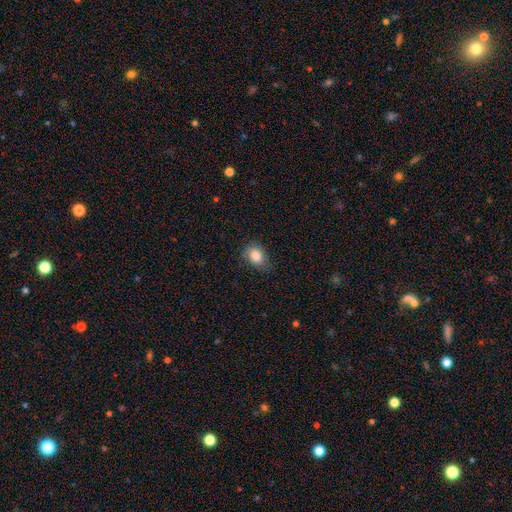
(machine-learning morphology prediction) smooth-or-featured: smooth: 85% | star or artifact: 8% | featured or disk: 7%
  how-rounded: in between: 76% | round: 23% | cigar-shaped: 1%
  merging: none: 76% | minor disturbance: 19% | major disturbance: 4% | merger: 1%